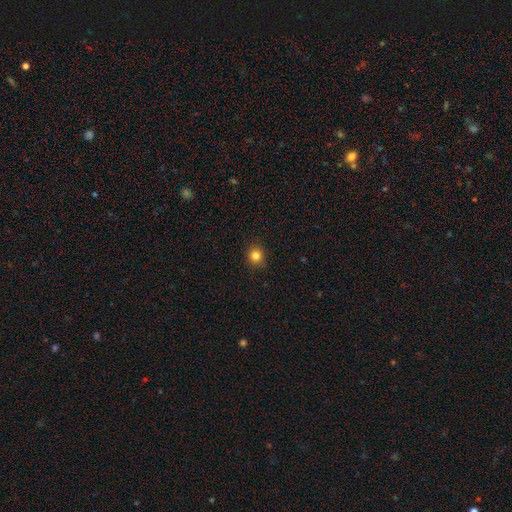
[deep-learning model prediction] smooth 83%, star or artifact 12%, featured or disk 5%. Down the decision tree: how rounded — round (87%); merging — none (89%).